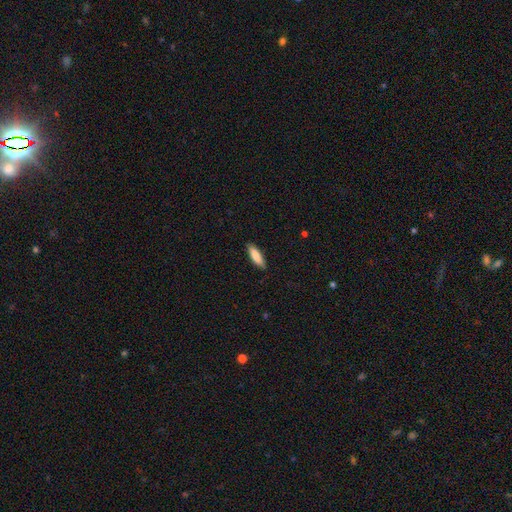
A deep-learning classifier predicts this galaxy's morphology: Smooth or featured?
  - smooth: 86% *
  - featured or disk: 9%
  - star or artifact: 6%
How rounded?
  - cigar-shaped: 55% *
  - in between: 43%
  - round: 1%
Merging?
  - none: 87% *
  - minor disturbance: 10%
  - major disturbance: 2%
  - merger: 1%